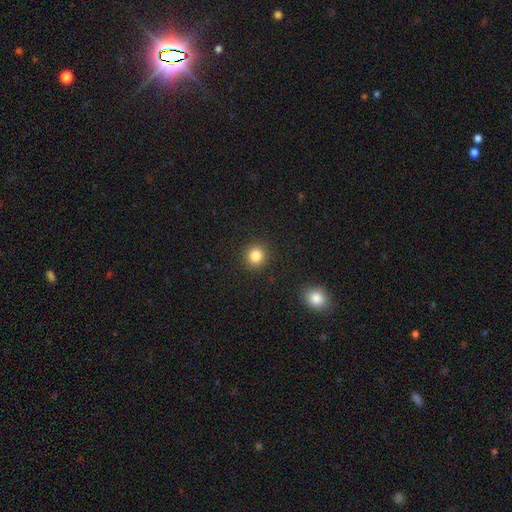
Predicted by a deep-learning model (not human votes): Morphology: type=smooth (84%); roundness=round (91%); merging=none (91%).